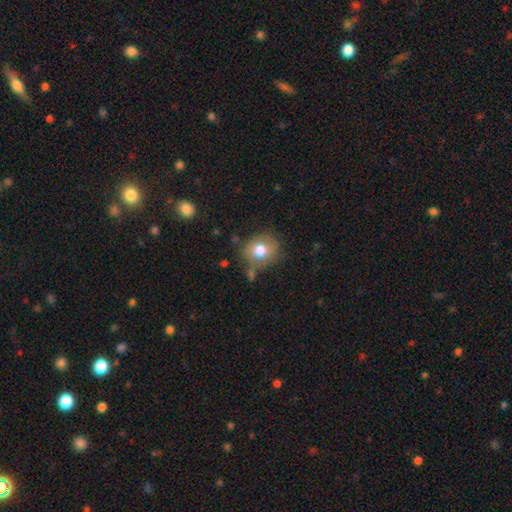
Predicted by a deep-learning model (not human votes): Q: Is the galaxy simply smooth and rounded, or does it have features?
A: smooth — 74%.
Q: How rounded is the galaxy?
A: round — 72%.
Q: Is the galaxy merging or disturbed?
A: none — 75%.